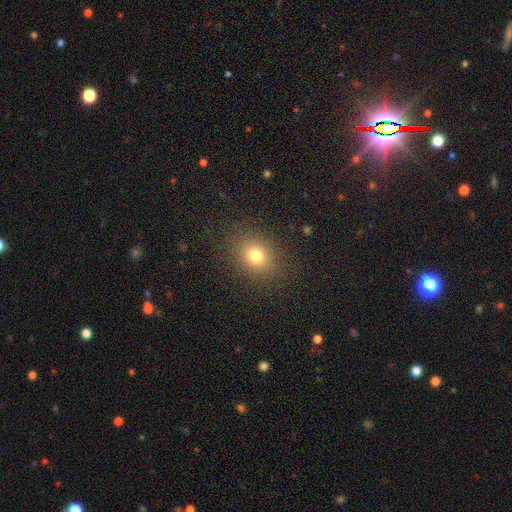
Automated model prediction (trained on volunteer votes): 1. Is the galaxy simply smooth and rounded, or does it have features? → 76% smooth, 15% star or artifact, 9% featured or disk.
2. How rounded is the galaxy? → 63% round, 36% in between, 1% cigar-shaped.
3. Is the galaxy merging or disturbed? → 87% none, 8% minor disturbance, 4% major disturbance, 1% merger.